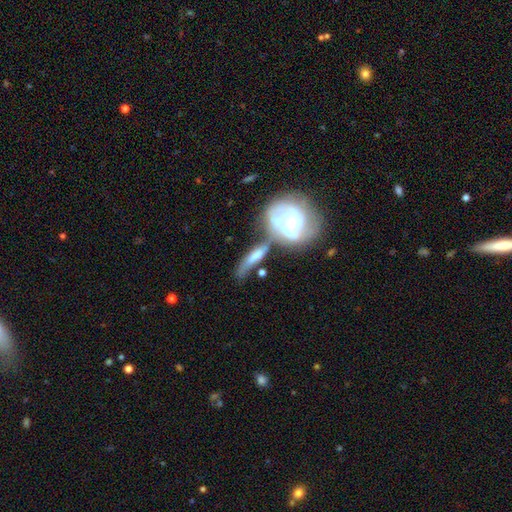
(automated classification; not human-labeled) A featured or disk galaxy (55%).

Vote fractions:
- Smooth or featured? featured or disk: 55% / smooth: 38% / star or artifact: 7%
- Edge-on disk? no: 71% / yes: 29%
- Merging? merger: 46% / none: 26% / minor disturbance: 16% / major disturbance: 13%